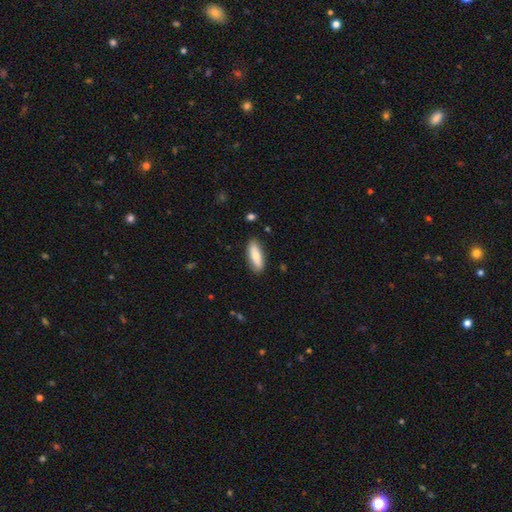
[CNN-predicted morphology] Smooth or featured?
  - smooth: 74% *
  - featured or disk: 20%
  - star or artifact: 6%
How rounded?
  - in between: 62% *
  - cigar-shaped: 36%
  - round: 2%
Merging?
  - none: 87% *
  - minor disturbance: 10%
  - major disturbance: 2%
  - merger: 1%